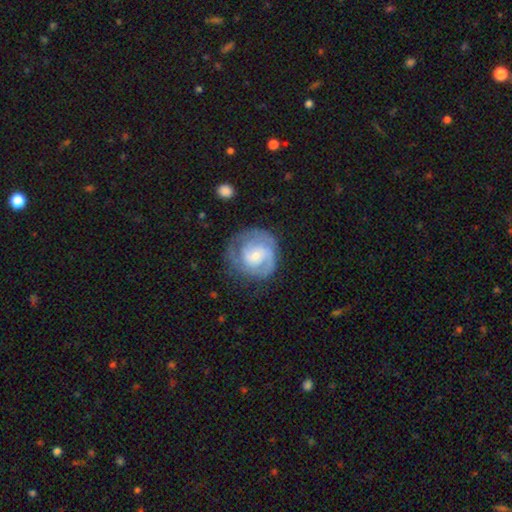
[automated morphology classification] The model was most divided on "spiral winding": tight: 54%, medium: 36%, loose: 11%. More confident: edge-on disk — no (98%); spiral arms — yes (92%); smooth or featured — featured or disk (77%); merging — none (67%); bulge size — small (62%); bar — no (57%); spiral arm count — 2 (52%).